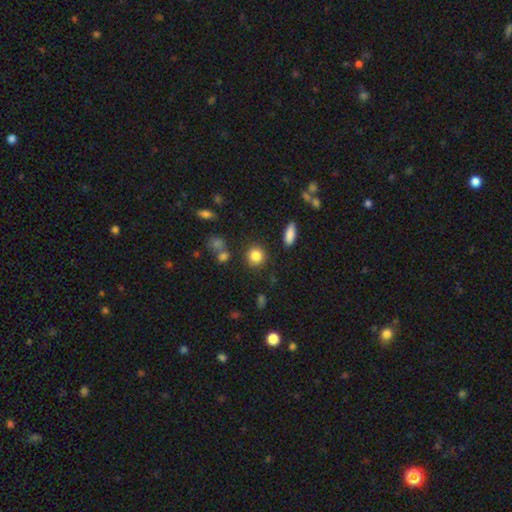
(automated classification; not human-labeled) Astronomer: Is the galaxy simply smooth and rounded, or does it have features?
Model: smooth — 84%.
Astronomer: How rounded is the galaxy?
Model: round — 87%.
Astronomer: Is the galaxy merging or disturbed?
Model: none — 85%.